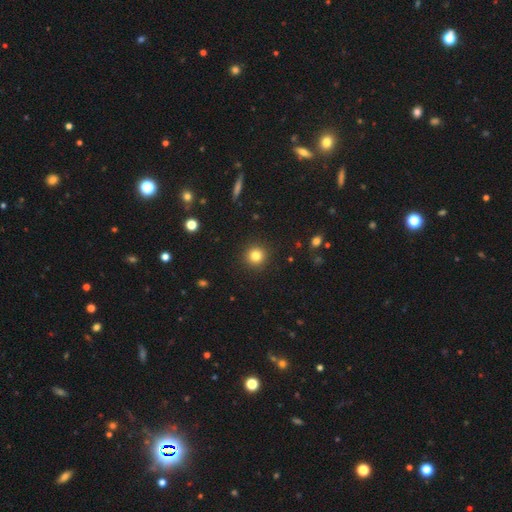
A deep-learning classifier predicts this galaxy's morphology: type=smooth (82%); roundness=round (94%); merging=none (92%).